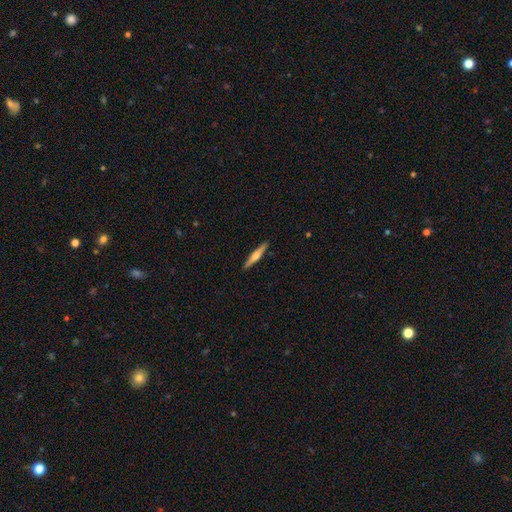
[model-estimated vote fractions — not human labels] Smooth or featured? Predicted: featured or disk (p=0.59). Edge-on disk? Predicted: yes (p=0.98). Edge-on bulge? Predicted: rounded (p=0.84). Merging? Predicted: none (p=0.91).